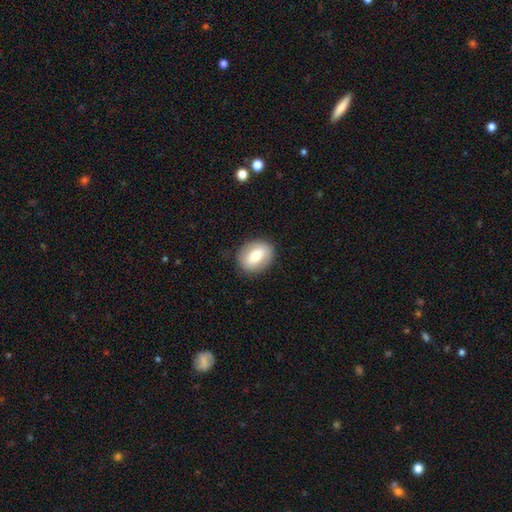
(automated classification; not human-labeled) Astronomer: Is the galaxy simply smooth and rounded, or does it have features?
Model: smooth — 67%.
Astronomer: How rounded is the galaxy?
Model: in between — 61% (runner-up: round, 37%).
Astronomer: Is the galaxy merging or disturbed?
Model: none — 86%.